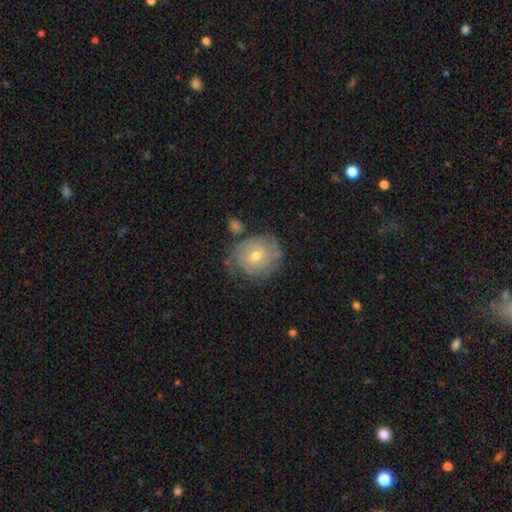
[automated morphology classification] Q: Smooth or featured?
A: featured or disk (66%); runner-up: smooth (27%)
Q: Edge-on disk?
A: no (97%); runner-up: yes (3%)
Q: Bar?
A: no (58%); runner-up: weak (36%)
Q: Spiral arms?
A: yes (84%); runner-up: no (16%)
Q: Spiral winding?
A: tight (70%); runner-up: medium (22%)
Q: Spiral arm count?
A: can't tell (50%); runner-up: 2 (21%)
Q: Bulge size?
A: moderate (61%); runner-up: small (35%)
Q: Merging?
A: none (65%); runner-up: minor disturbance (21%)